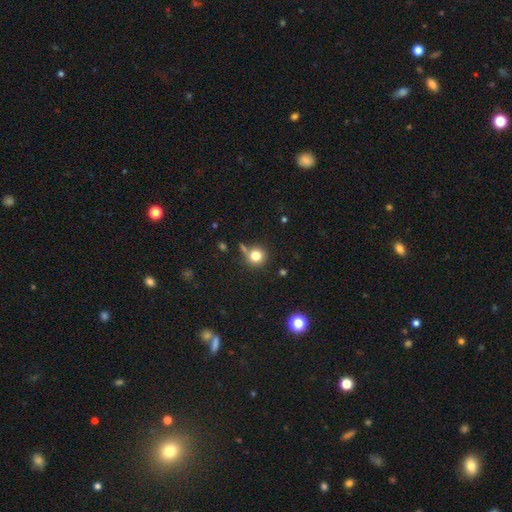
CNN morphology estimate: A smooth galaxy with no disk features (79%) that is round (92%).

Vote fractions:
- Smooth or featured? smooth: 79% / star or artifact: 13% / featured or disk: 8%
- How rounded? round: 92% / in between: 7% / cigar-shaped: 1%
- Merging? none: 72% / minor disturbance: 13% / merger: 11% / major disturbance: 5%